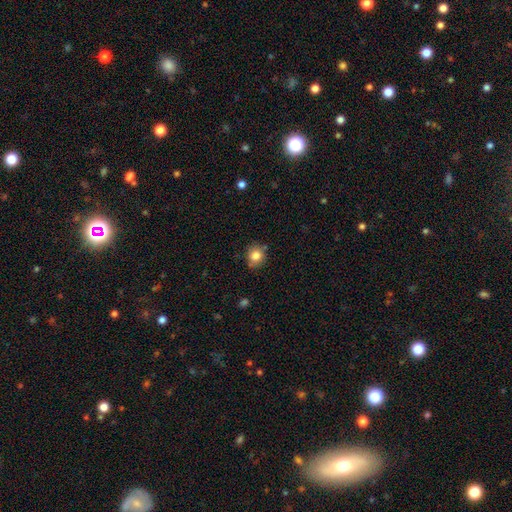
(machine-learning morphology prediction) A smooth galaxy with no disk features (83%) that is round (81%). Merging: none (78%).